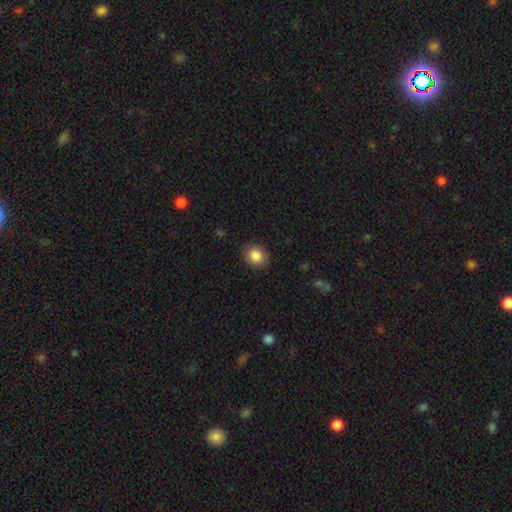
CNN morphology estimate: Smooth or featured: smooth — 86% (star or artifact — 8%)
How rounded: round — 55% (in between — 44%)
Merging: none — 87% (minor disturbance — 10%)